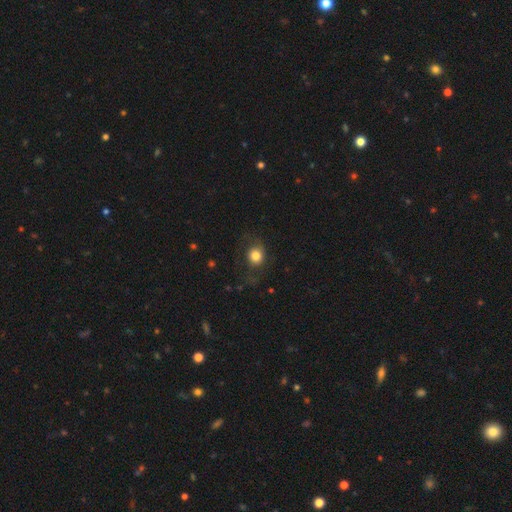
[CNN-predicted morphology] smooth 80%, star or artifact 11%, featured or disk 10%. Down the decision tree: how rounded — round (80%); merging — none (70%).